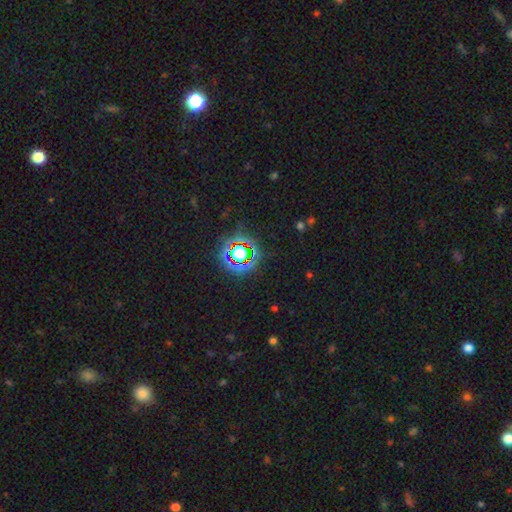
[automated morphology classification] Overall: star or artifact (77%).